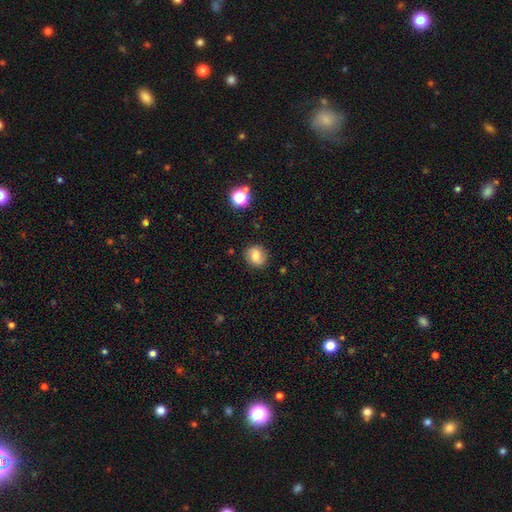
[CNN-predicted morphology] Overall: smooth (70%). How rounded: round (75%). Merging: none (84%).